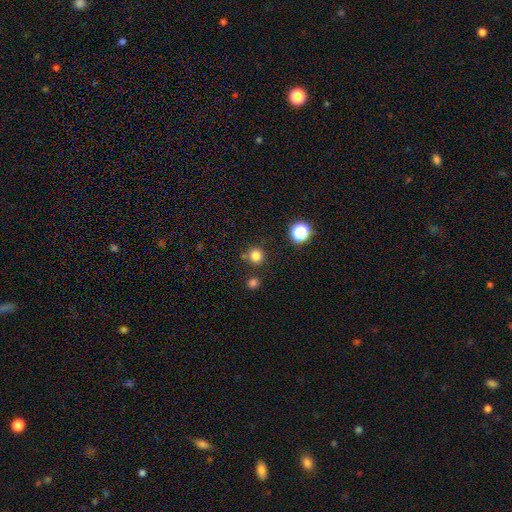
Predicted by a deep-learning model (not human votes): This is clearly a smooth galaxy (80%). How rounded: clearly round (93%). Merging: clearly none (80%).